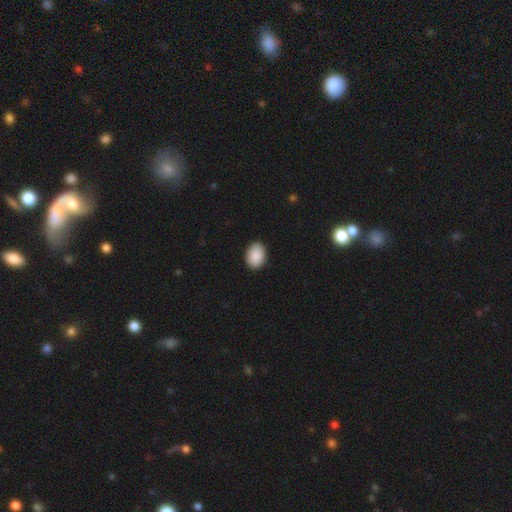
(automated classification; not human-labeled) Smooth or featured?
  - smooth: 90% *
  - star or artifact: 6%
  - featured or disk: 3%
How rounded?
  - in between: 75% *
  - round: 24%
  - cigar-shaped: 1%
Merging?
  - none: 90% *
  - minor disturbance: 8%
  - major disturbance: 2%
  - merger: 1%